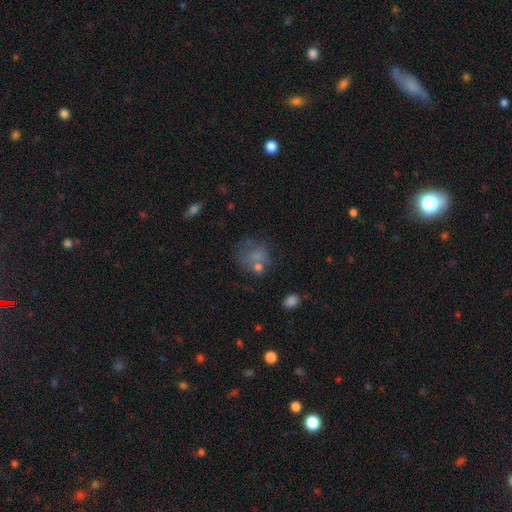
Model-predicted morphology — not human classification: Overall: smooth (59%; featured or disk 23%). How rounded: round (69%; in between 30%). Merging: none (48%; minor disturbance 21%).